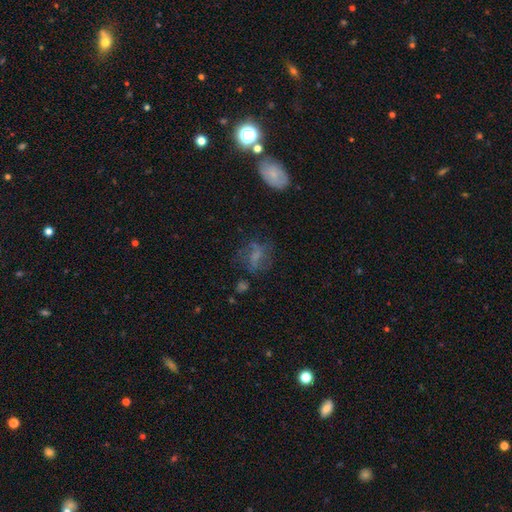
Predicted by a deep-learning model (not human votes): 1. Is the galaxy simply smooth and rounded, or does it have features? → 42% smooth, 41% featured or disk, 17% star or artifact.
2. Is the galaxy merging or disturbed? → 54% none, 21% major disturbance, 21% minor disturbance, 4% merger.